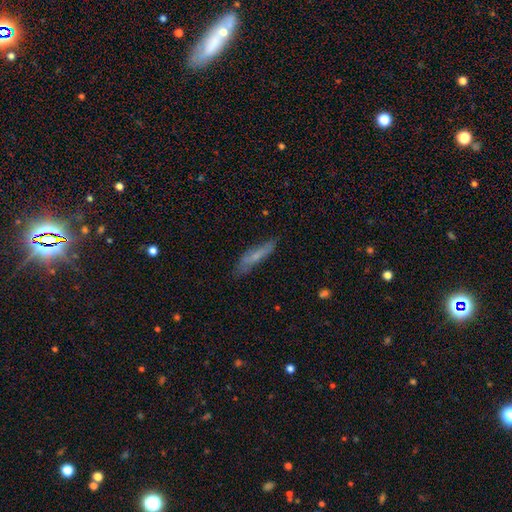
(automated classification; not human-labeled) smooth 58%, featured or disk 35%, star or artifact 7%. Down the decision tree: how rounded — cigar-shaped (80%); merging — none (72%).